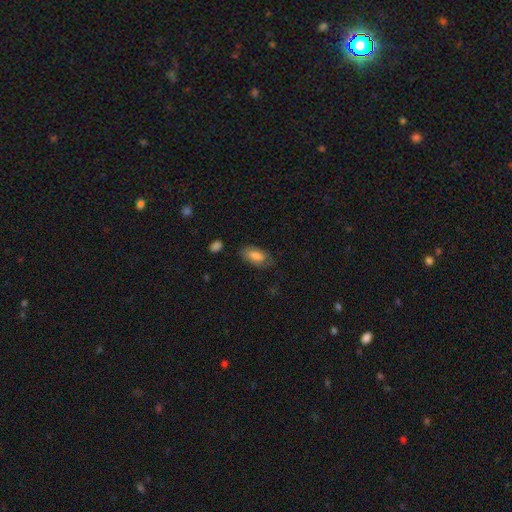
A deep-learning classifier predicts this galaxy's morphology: smooth_or_featured: smooth (p=0.74) [alt: featured or disk p=0.18]
how_rounded: in between (p=0.89) [alt: cigar-shaped p=0.08]
merging: none (p=0.73) [alt: minor disturbance p=0.20]